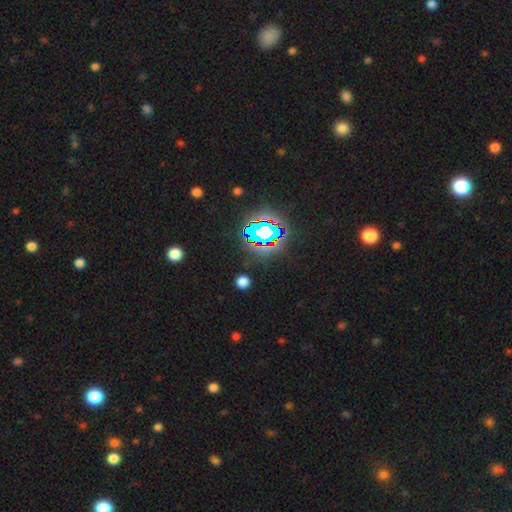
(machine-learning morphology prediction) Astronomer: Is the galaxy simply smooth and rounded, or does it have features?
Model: star or artifact — 82%.